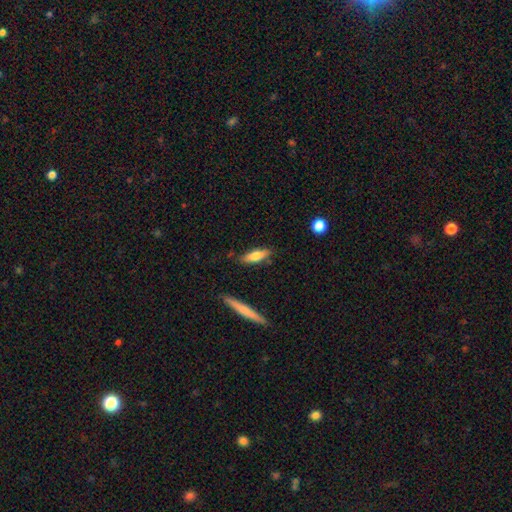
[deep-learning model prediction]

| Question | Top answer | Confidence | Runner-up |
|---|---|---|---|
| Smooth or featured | smooth | 72% | featured or disk (22%) |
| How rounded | cigar-shaped | 59% | in between (39%) |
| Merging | none | 80% | minor disturbance (14%) |